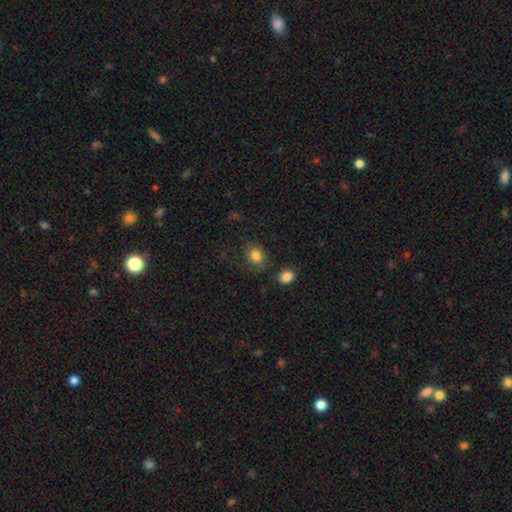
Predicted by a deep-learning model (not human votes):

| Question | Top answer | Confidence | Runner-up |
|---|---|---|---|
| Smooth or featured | smooth | 81% | star or artifact (10%) |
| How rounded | round | 53% | in between (46%) |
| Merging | none | 67% | minor disturbance (19%) |